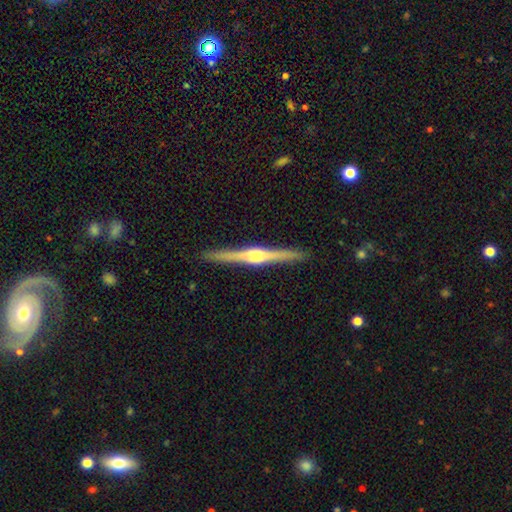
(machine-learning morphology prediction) A featured or disk galaxy (81%) viewed edge-on (98%) with a rounded central bulge (82%). Merging: none (91%).